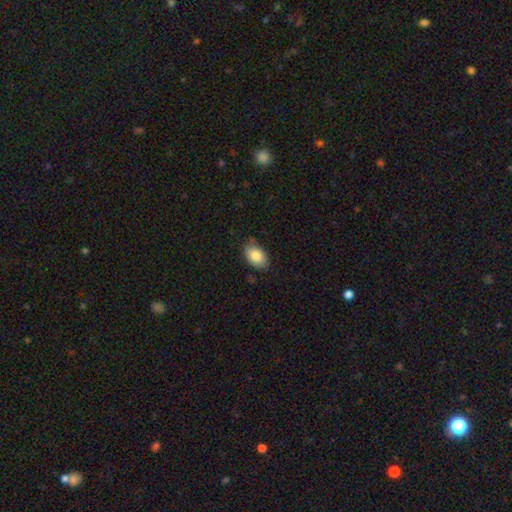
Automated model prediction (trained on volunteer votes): smooth_or_featured: smooth (p=0.86) [alt: featured or disk p=0.07]
how_rounded: in between (p=0.90) [alt: round p=0.09]
merging: none (p=0.81) [alt: minor disturbance p=0.15]